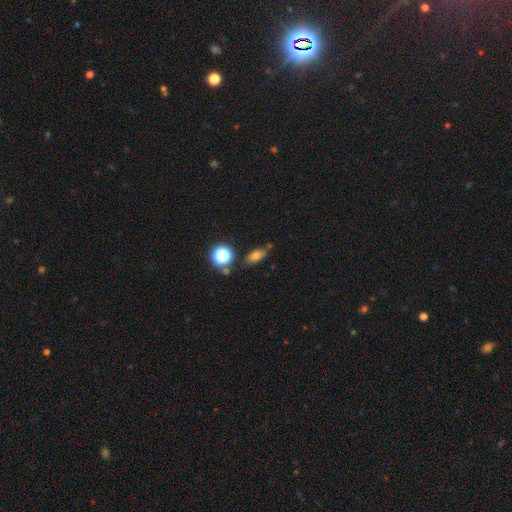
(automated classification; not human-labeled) A smooth galaxy with no disk features (71%) that is in between round and cigar-shaped (75%).

Vote fractions:
- Smooth or featured? smooth: 71% / star or artifact: 17% / featured or disk: 12%
- How rounded? in between: 75% / round: 16% / cigar-shaped: 9%
- Merging? none: 72% / minor disturbance: 16% / merger: 8% / major disturbance: 4%